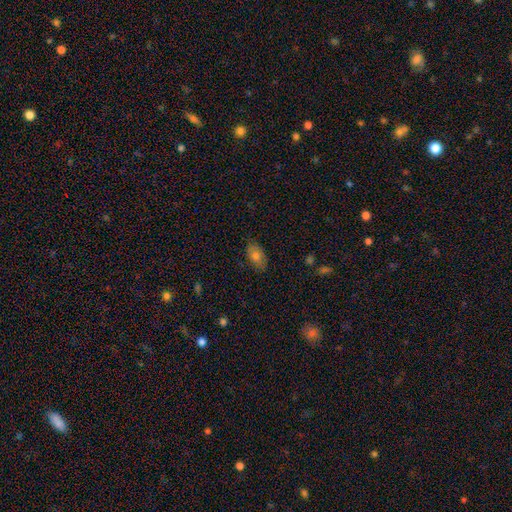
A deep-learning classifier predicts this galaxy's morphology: Smooth or featured?
  - smooth: 73% *
  - featured or disk: 18%
  - star or artifact: 9%
How rounded?
  - in between: 91% *
  - round: 6%
  - cigar-shaped: 2%
Merging?
  - none: 83% *
  - minor disturbance: 13%
  - major disturbance: 3%
  - merger: 1%